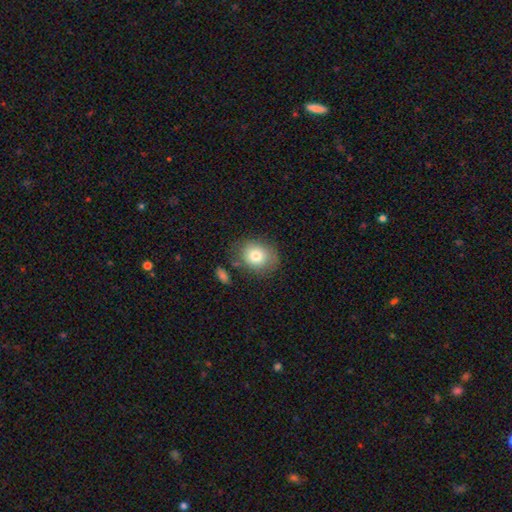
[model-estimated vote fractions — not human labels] Smooth or featured: smooth — 79% (featured or disk — 12%)
How rounded: round — 61% (in between — 38%)
Merging: none — 72% (minor disturbance — 17%)